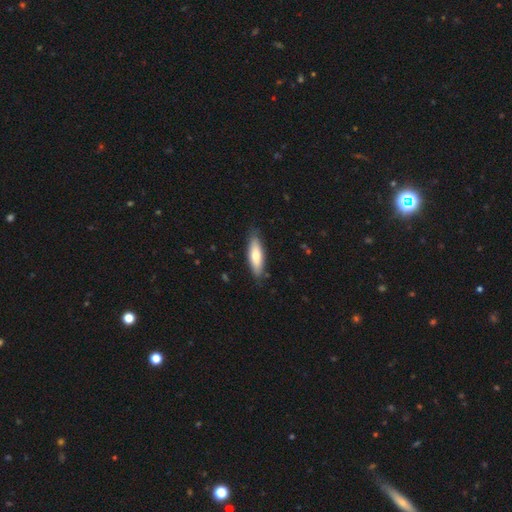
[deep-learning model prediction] The model was most divided on "how rounded": cigar-shaped: 55%, in between: 44%, round: 2%. More confident: merging — none (85%); smooth or featured — smooth (70%).